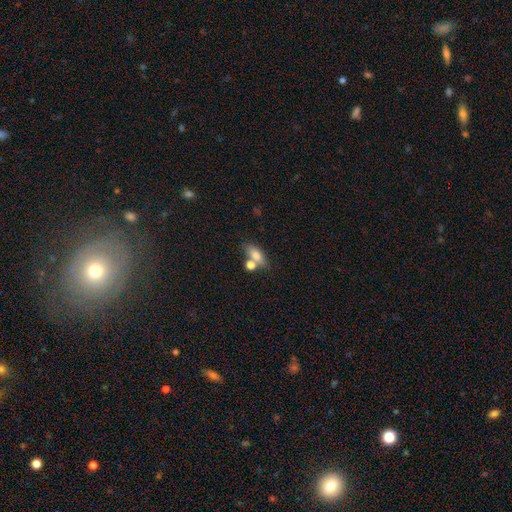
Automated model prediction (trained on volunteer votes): smooth 76%, featured or disk 15%, star or artifact 9%. Down the decision tree: how rounded — in between (76%); merging — none (50%).